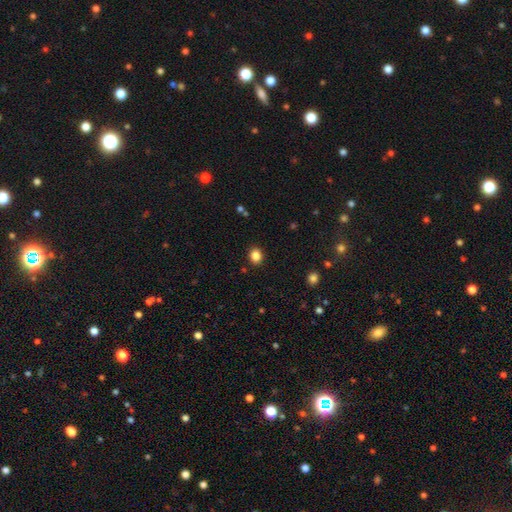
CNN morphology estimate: Smooth or featured: smooth — 86% (star or artifact — 11%)
How rounded: round — 55% (in between — 45%)
Merging: none — 89% (minor disturbance — 7%)